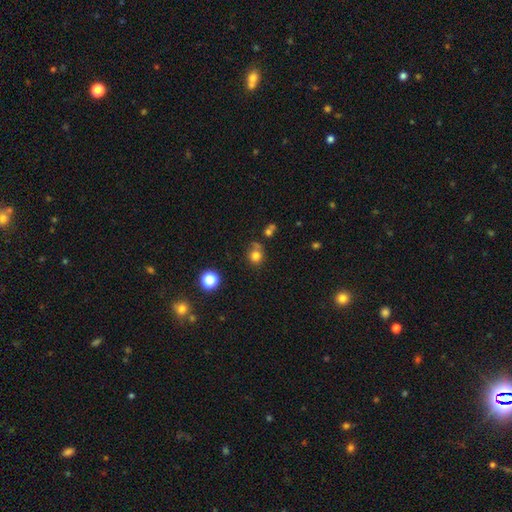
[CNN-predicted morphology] This appears to be a smooth galaxy with no disk features (77%) that is round (86%). Merging: none (65%).